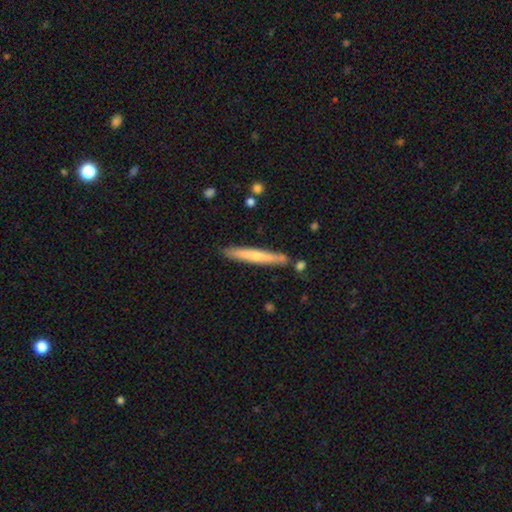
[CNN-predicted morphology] This appears to be a smooth galaxy with no disk features (52%) that is cigar-shaped (95%). Merging: none (84%).